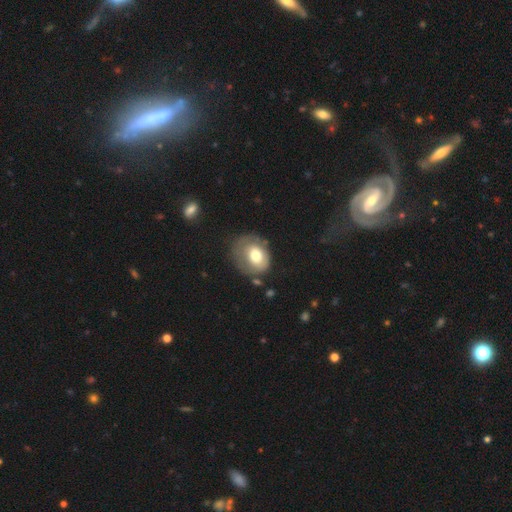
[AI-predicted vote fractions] A smooth galaxy with no disk features (64%) that is round (52%).

Vote fractions:
- Smooth or featured? smooth: 64% / featured or disk: 28% / star or artifact: 7%
- How rounded? round: 52% / in between: 47% / cigar-shaped: 1%
- Merging? none: 50% / minor disturbance: 28% / major disturbance: 18% / merger: 4%